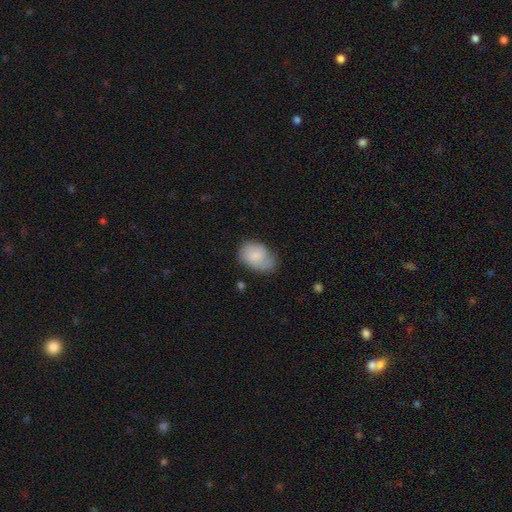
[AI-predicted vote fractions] A smooth galaxy with no disk features (73%) that is in between round and cigar-shaped (83%).

Vote fractions:
- Smooth or featured? smooth: 73% / featured or disk: 20% / star or artifact: 7%
- How rounded? in between: 83% / round: 16% / cigar-shaped: 1%
- Merging? none: 53% / minor disturbance: 33% / major disturbance: 11% / merger: 3%